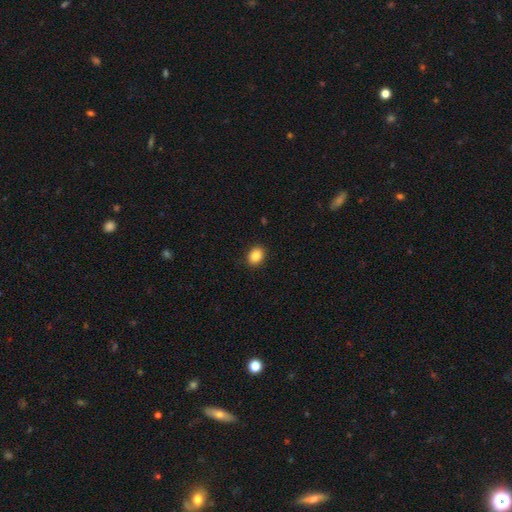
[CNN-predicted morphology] Overall: smooth (86%). How rounded: in between (58%; round 41%). Merging: none (90%).